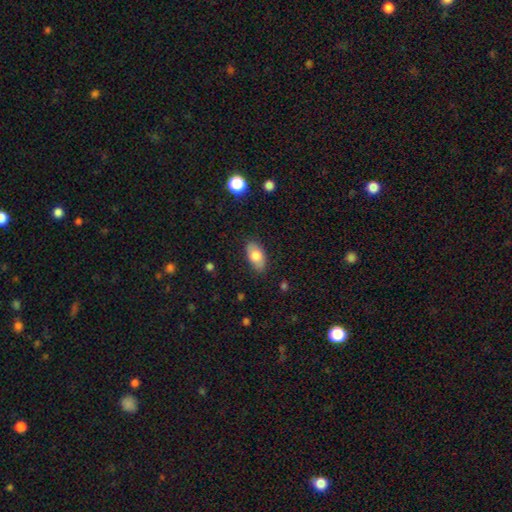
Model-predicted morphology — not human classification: Smooth or featured? smooth (75%)
How rounded? in between (91%)
Merging? none (82%)